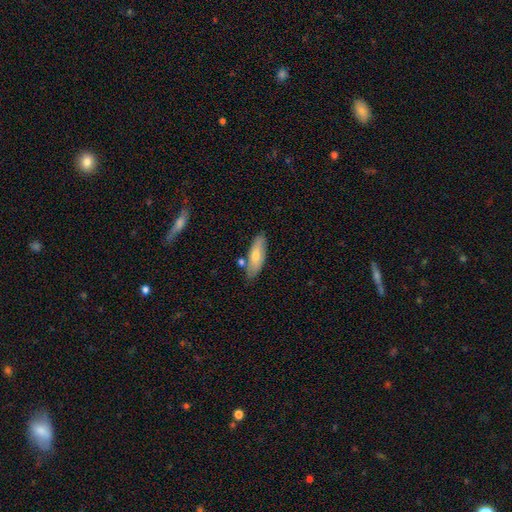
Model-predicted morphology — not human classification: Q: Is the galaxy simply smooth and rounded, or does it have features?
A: smooth — 62%.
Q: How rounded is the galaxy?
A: in between — 58%.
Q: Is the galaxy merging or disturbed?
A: none — 76%.